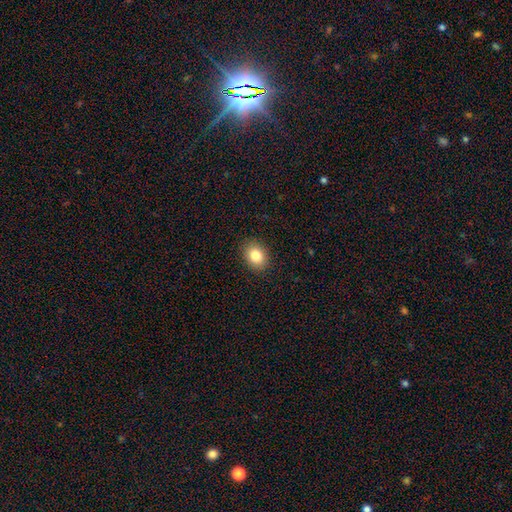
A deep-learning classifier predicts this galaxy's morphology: Smooth or featured: smooth — 83% (star or artifact — 9%)
How rounded: in between — 64% (round — 35%)
Merging: none — 89% (minor disturbance — 8%)